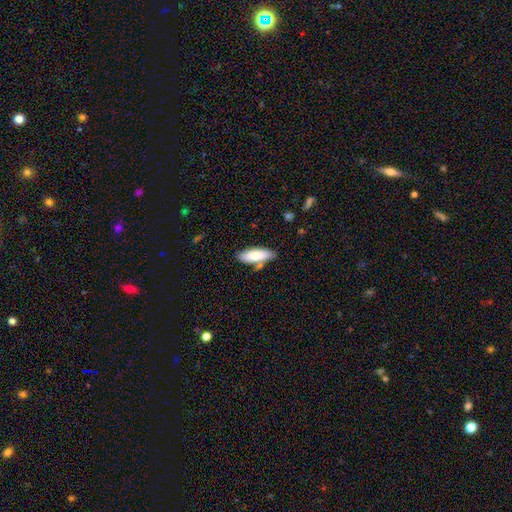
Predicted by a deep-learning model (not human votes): Smooth or featured: smooth — 77% (featured or disk — 17%)
How rounded: in between — 69% (cigar-shaped — 30%)
Merging: none — 74% (minor disturbance — 14%)